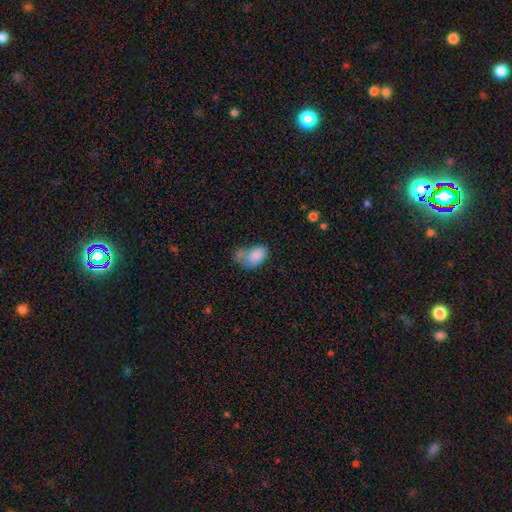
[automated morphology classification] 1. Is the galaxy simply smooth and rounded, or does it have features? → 80% smooth, 12% featured or disk, 8% star or artifact.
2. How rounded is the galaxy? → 88% in between, 11% round, 1% cigar-shaped.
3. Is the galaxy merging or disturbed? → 30% none, 25% minor disturbance, 24% merger, 21% major disturbance.